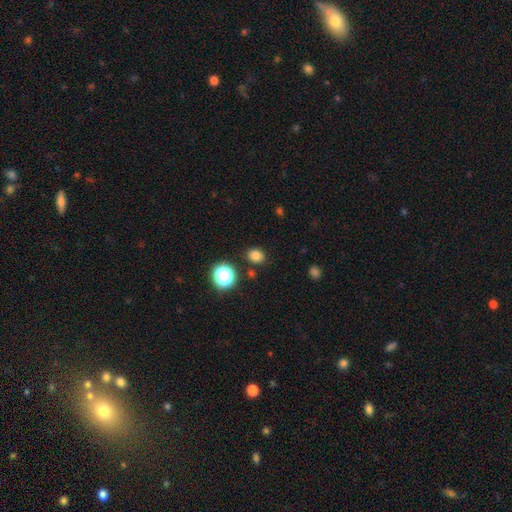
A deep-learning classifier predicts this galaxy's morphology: type=smooth (79%); roundness=round (60%); merging=none (85%).